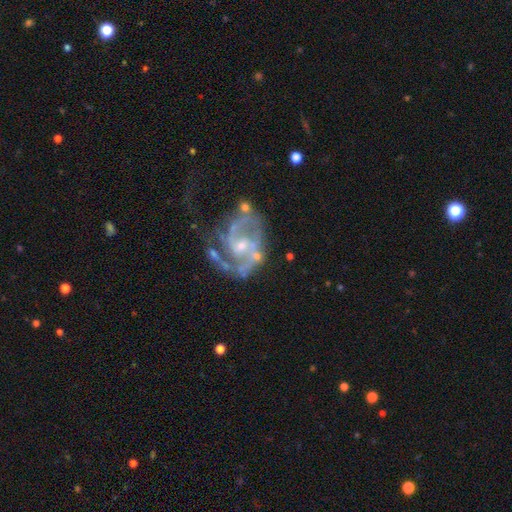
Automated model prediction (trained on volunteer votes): A featured or disk galaxy (89%) with a weak bar (45%), 2 (76%) medium (58%) spiral arms (96%) and a small central bulge (63%). Merging: none (55%).